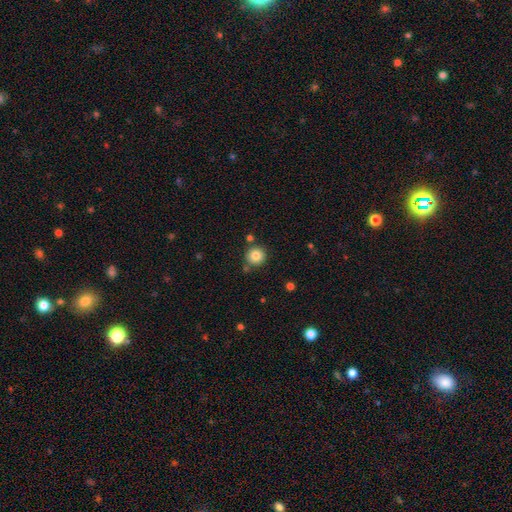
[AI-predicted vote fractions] Morphology: type=smooth (83%); roundness=round (94%); merging=none (81%).